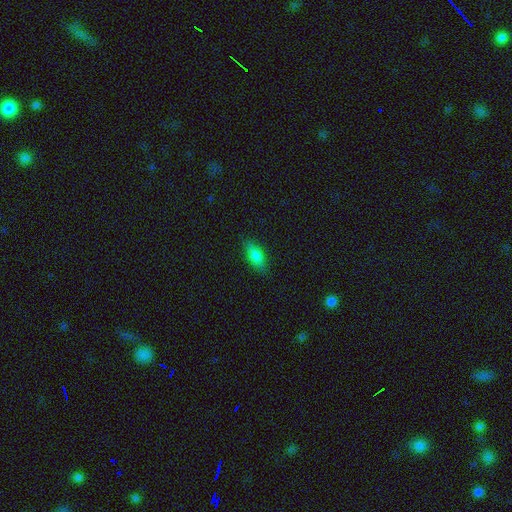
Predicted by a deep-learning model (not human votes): The model was most divided on "how rounded": in between: 83%, cigar-shaped: 14%, round: 3%. More confident: merging — none (82%); smooth or featured — smooth (82%).